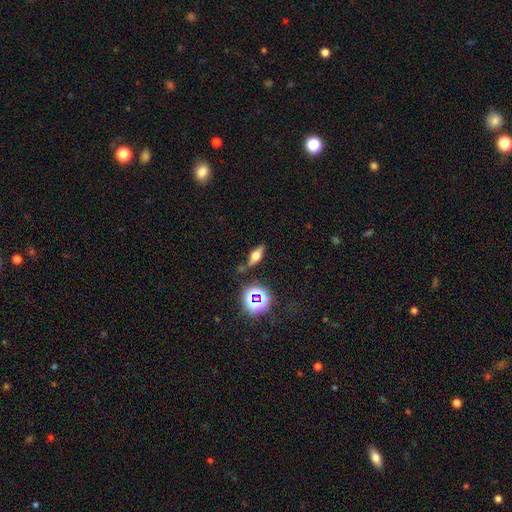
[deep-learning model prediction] Morphology: type=featured or disk (45%); merging=none (72%).